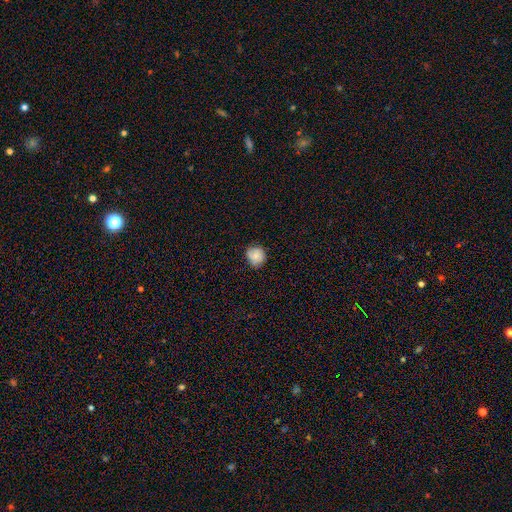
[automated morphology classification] Smooth or featured? Predicted: smooth (p=0.73). How rounded? Predicted: round (p=0.82). Merging? Predicted: none (p=0.73).